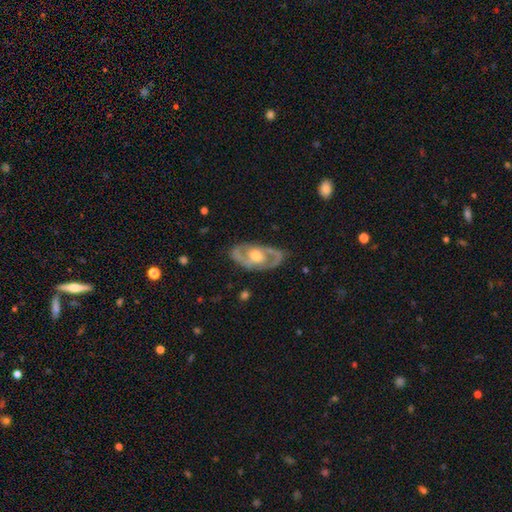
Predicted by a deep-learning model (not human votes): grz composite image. It shows a featured or disk galaxy (81%) with no bar (64%), 2 (84%) medium (47%) spiral arms (78%) and a moderate central bulge (65%). Merging: none (82%).